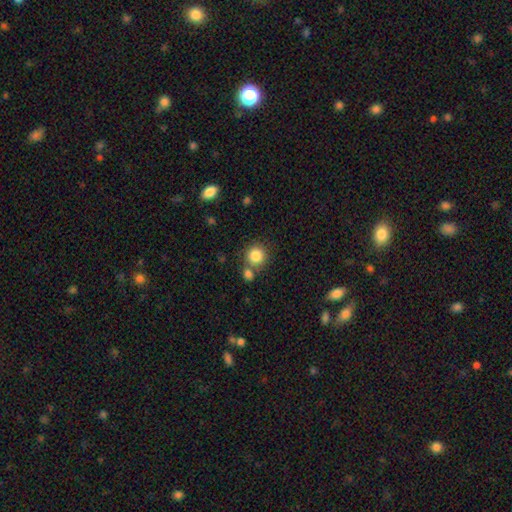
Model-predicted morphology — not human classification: Smooth or featured? smooth (84%)
How rounded? round (91%)
Merging? none (65%)